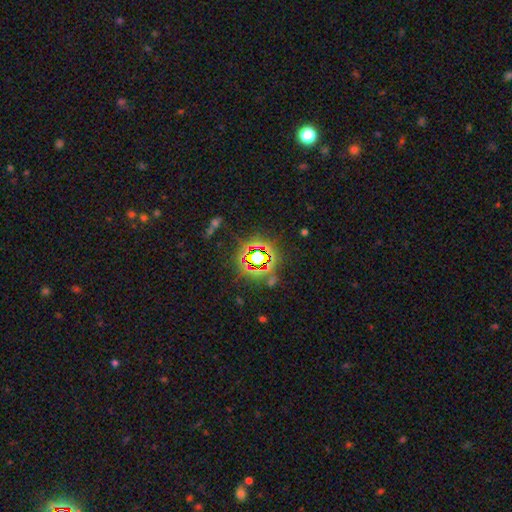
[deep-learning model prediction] This is likely a star or artifact rather than a galaxy (73%).